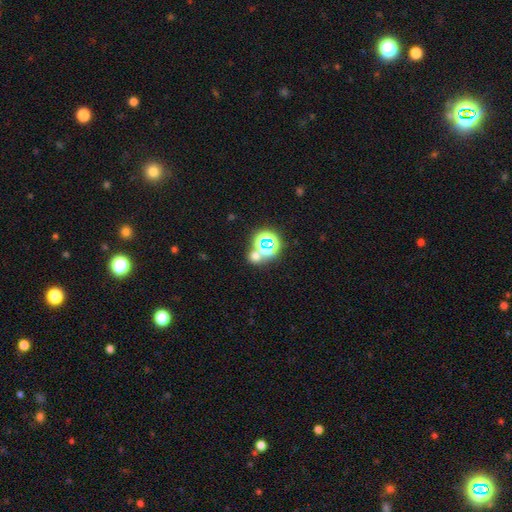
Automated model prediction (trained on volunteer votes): Morphology: type=smooth (46%); merging=none (63%).